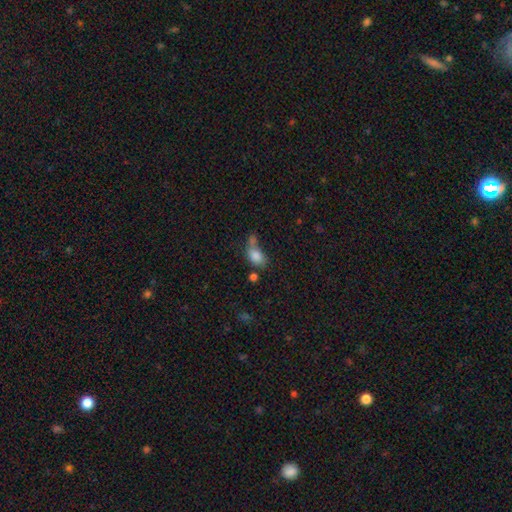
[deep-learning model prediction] smooth-or-featured: smooth: 81% | star or artifact: 10% | featured or disk: 9%
  how-rounded: in between: 83% | round: 15% | cigar-shaped: 2%
  merging: merger: 40% | none: 32% | minor disturbance: 16% | major disturbance: 11%